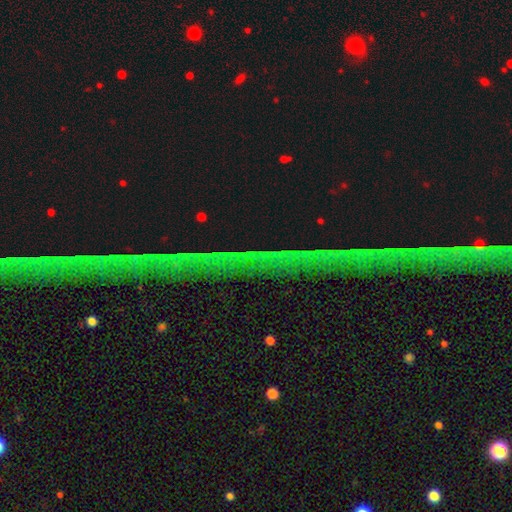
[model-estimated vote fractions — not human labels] Smooth or featured? Predicted: star or artifact (p=0.77).